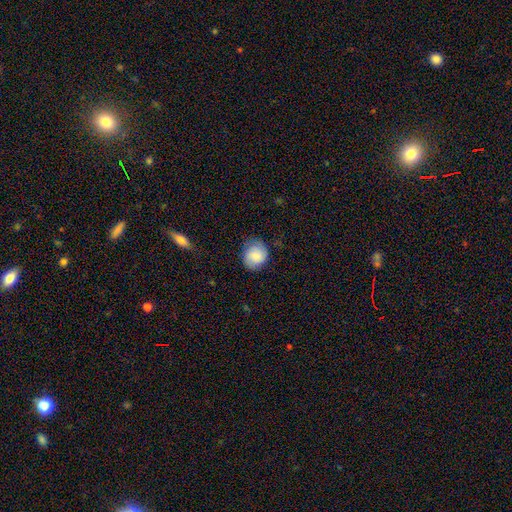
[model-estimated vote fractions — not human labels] smooth 78%, featured or disk 15%, star or artifact 7%. Down the decision tree: how rounded — round (72%); merging — none (72%).